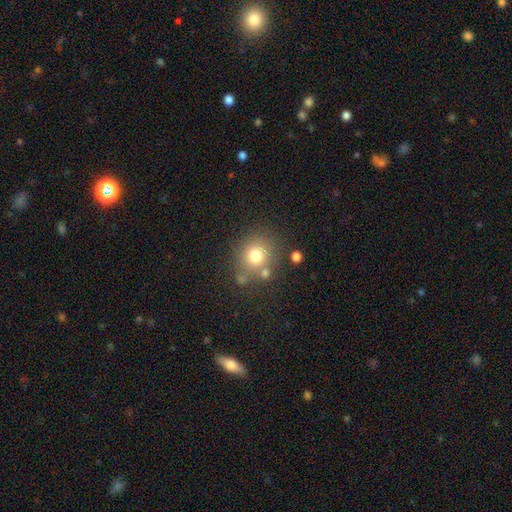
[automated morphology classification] This appears to be a smooth galaxy with no disk features (75%) that is round (81%). Merging: none (70%).